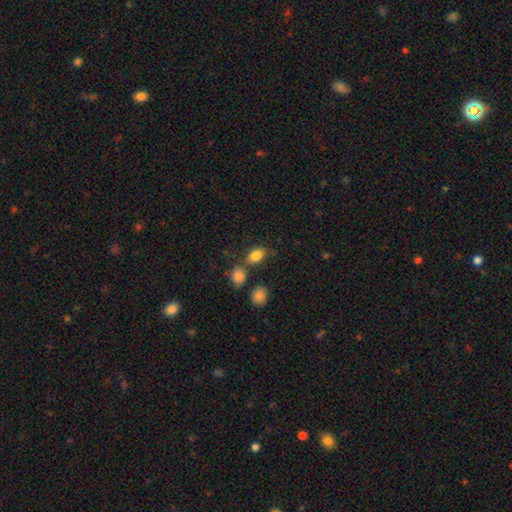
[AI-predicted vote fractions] This is clearly a smooth galaxy (84%). How rounded: likely in between (80%). Merging: possibly none (57%).